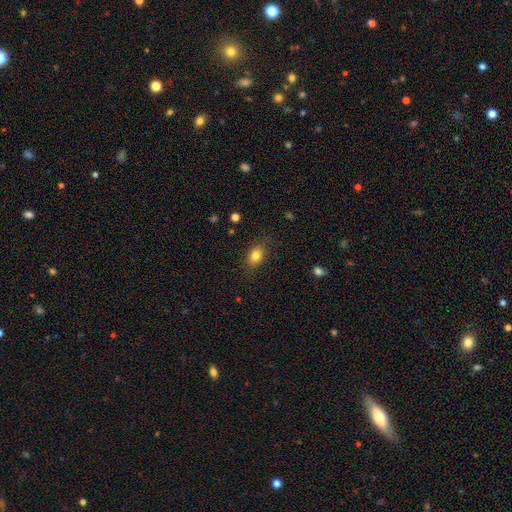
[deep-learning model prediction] smooth_or_featured: smooth (p=0.81) [alt: star or artifact p=0.10]
how_rounded: in between (p=0.75) [alt: round p=0.23]
merging: none (p=0.81) [alt: minor disturbance p=0.14]